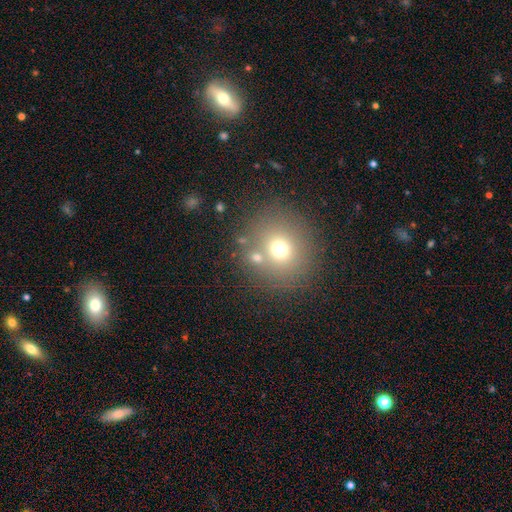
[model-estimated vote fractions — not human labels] Overall: smooth (67%). How rounded: round (88%). Merging: none (75%).